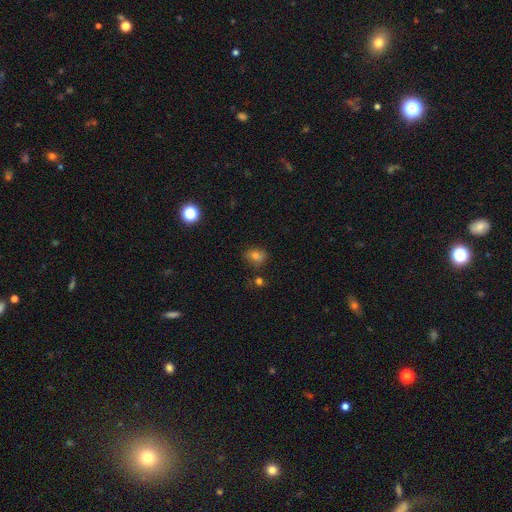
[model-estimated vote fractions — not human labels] A smooth galaxy with no disk features (69%) that is in between round and cigar-shaped (56%).

Vote fractions:
- Smooth or featured? smooth: 69% / star or artifact: 20% / featured or disk: 11%
- How rounded? in between: 56% / round: 42% / cigar-shaped: 2%
- Merging? none: 73% / minor disturbance: 17% / merger: 6% / major disturbance: 4%